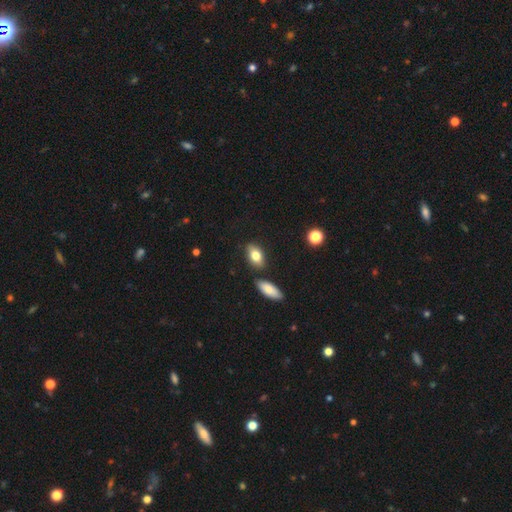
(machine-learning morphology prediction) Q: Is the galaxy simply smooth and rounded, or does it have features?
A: smooth — 79%.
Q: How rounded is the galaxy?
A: in between — 88%.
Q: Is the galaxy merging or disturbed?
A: none — 77%.